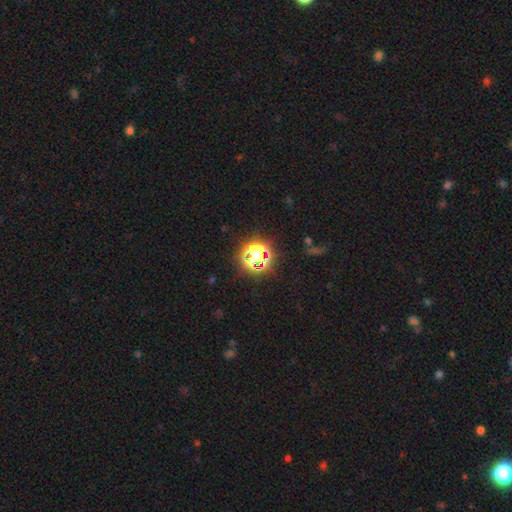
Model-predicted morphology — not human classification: Smooth or featured: star or artifact — 65% (smooth — 25%)